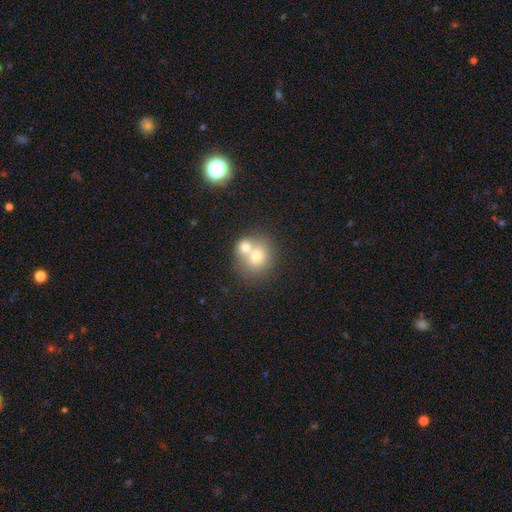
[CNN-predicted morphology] A smooth galaxy with no disk features (71%) that is round (79%). Merging: merger (56%).